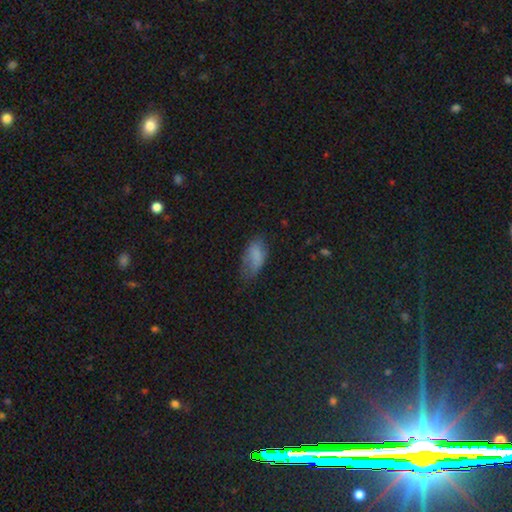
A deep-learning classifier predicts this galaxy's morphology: The model was most divided on "merging": none: 45%, minor disturbance: 36%, major disturbance: 17%, merger: 2%. More confident: how rounded — in between (92%); smooth or featured — smooth (76%).